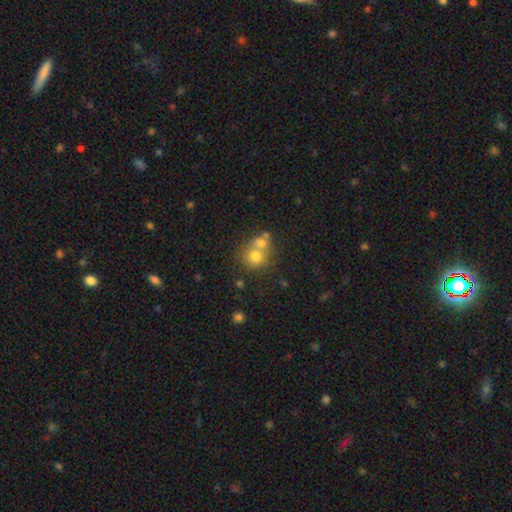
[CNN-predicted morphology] type=smooth (70%); roundness=round (80%); merging=merger (56%).